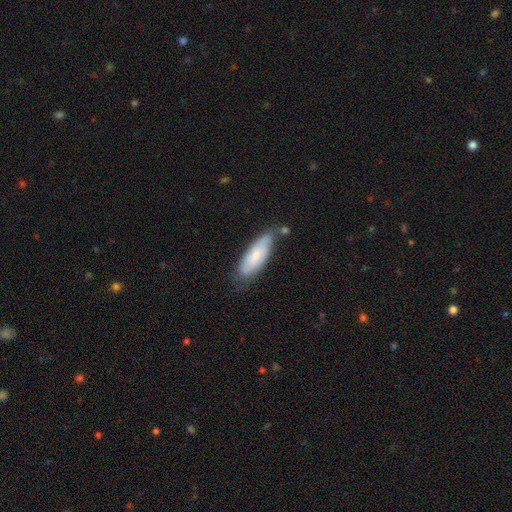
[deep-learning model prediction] This appears to be a smooth galaxy with no disk features (62%) that is in between round and cigar-shaped (56%). Merging: none (60%).